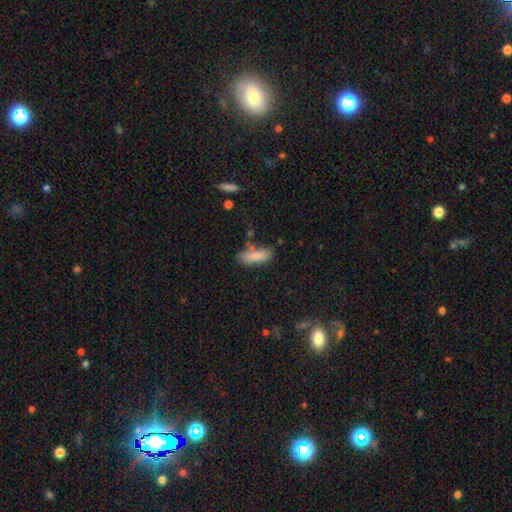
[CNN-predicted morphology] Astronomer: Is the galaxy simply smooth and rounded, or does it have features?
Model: smooth — 85%.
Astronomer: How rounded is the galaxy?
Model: in between — 59% (runner-up: cigar-shaped, 39%).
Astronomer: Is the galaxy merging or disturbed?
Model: none — 66%.